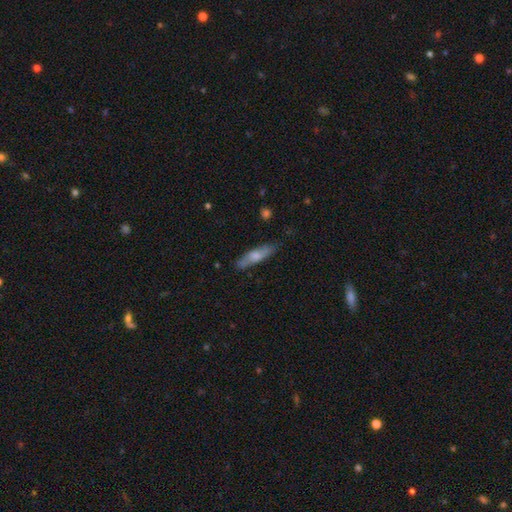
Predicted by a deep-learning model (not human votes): Smooth or featured? smooth (63%)
How rounded? cigar-shaped (67%)
Merging? none (78%)